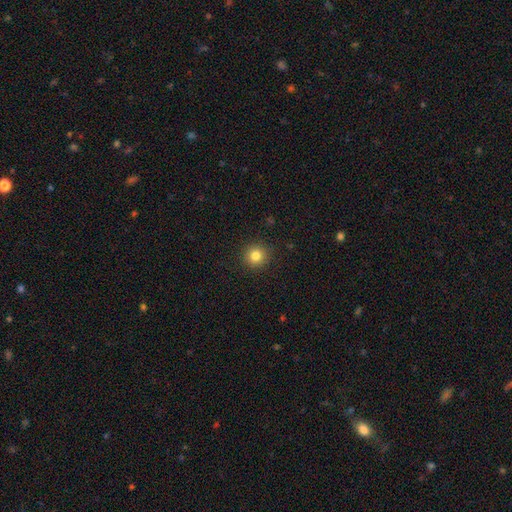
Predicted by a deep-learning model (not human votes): Smooth or featured? smooth (82%)
How rounded? round (94%)
Merging? none (91%)